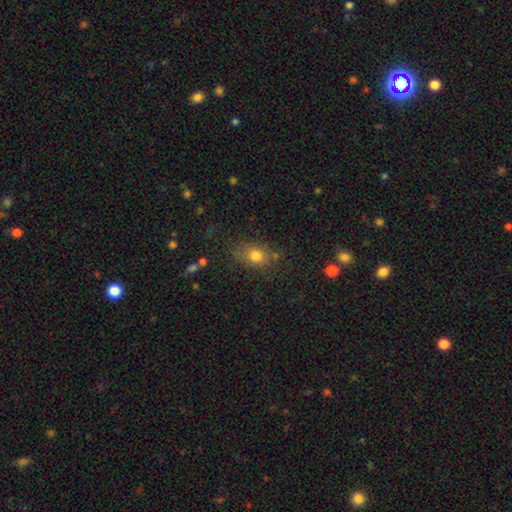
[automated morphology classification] The model was most divided on "how rounded": in between: 56%, round: 42%, cigar-shaped: 2%. More confident: smooth or featured — smooth (77%); merging — none (74%).